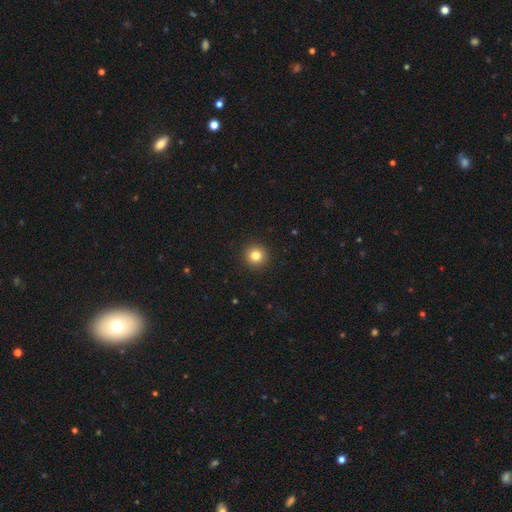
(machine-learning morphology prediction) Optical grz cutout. It shows a smooth galaxy with no disk features (83%) that is round (95%). Merging: none (93%).